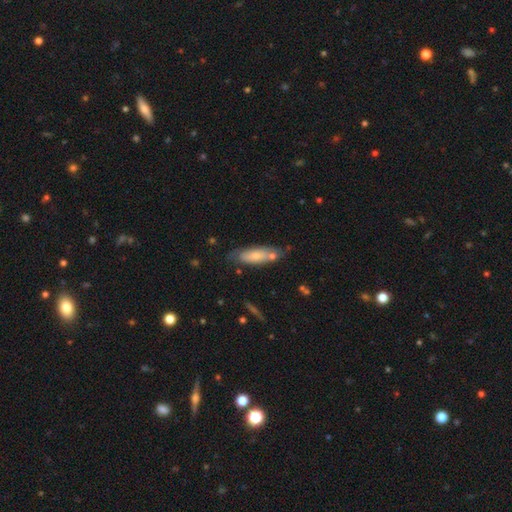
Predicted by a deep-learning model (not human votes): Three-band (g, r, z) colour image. It shows a smooth galaxy with no disk features (70%) that is in between round and cigar-shaped (58%). Merging: none (62%).